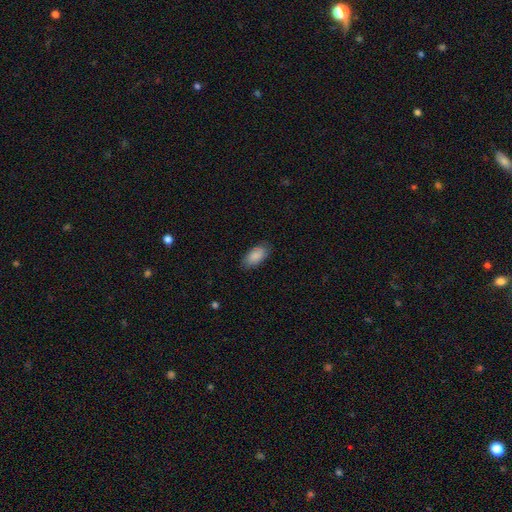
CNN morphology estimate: smooth 86%, featured or disk 8%, star or artifact 6%. Down the decision tree: how rounded — in between (94%); merging — none (81%).